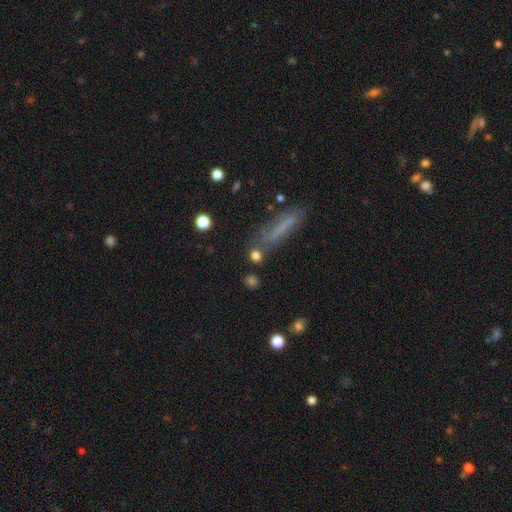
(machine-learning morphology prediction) The model was most divided on "how rounded": round: 68%, in between: 21%, cigar-shaped: 12%. More confident: smooth or featured — smooth (76%); merging — none (70%).